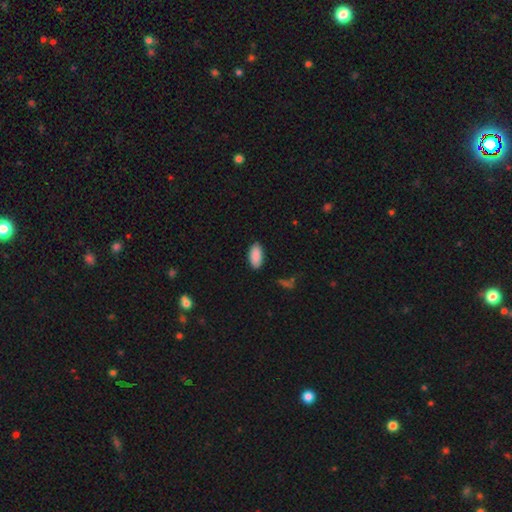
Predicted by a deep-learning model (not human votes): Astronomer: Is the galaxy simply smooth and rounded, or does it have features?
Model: smooth — 90%.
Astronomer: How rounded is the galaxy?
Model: in between — 93%.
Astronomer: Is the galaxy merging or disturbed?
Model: none — 88%.